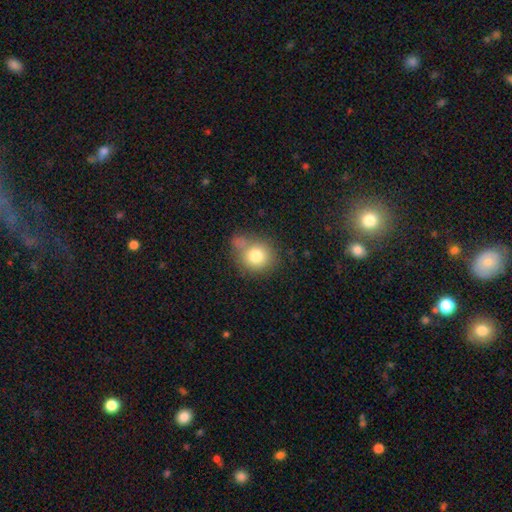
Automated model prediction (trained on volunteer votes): Smooth or featured? smooth (78%)
How rounded? round (82%)
Merging? none (53%)